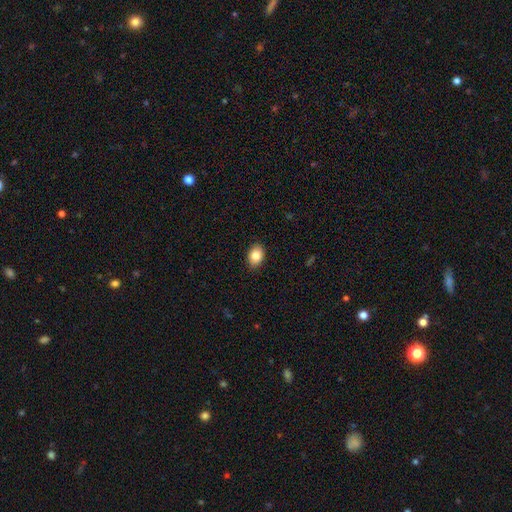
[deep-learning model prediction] This is clearly a smooth galaxy (85%). How rounded: likely in between (80%). Merging: clearly none (89%).